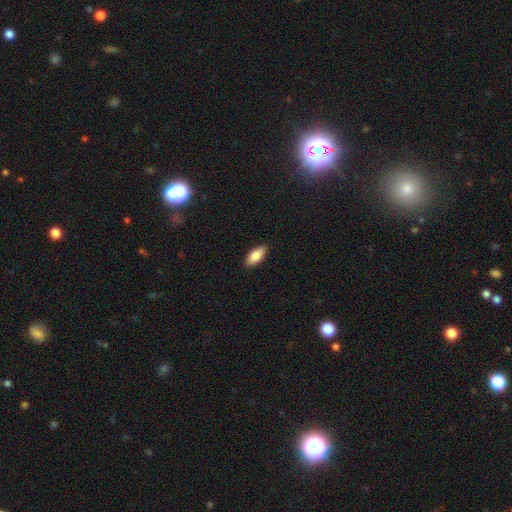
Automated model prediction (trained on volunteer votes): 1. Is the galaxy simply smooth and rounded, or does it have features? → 81% smooth, 12% featured or disk, 6% star or artifact.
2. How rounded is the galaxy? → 84% in between, 14% cigar-shaped, 2% round.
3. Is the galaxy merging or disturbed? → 89% none, 8% minor disturbance, 2% major disturbance, 1% merger.